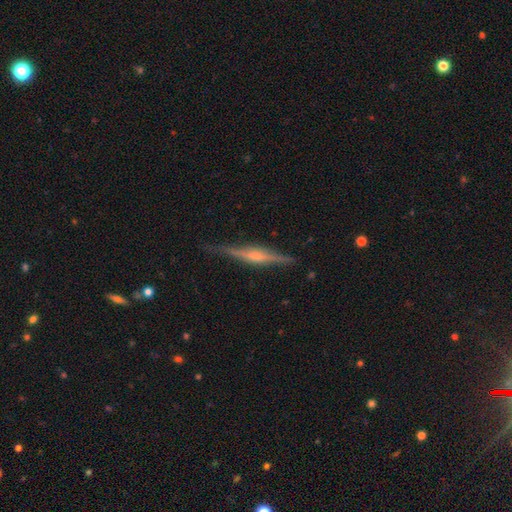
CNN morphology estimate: smooth-or-featured: featured or disk: 75% | smooth: 19% | star or artifact: 6%
  disk-edge-on: yes: 98% | no: 2%
    edge-on-bulge: rounded: 61% | boxy: 25% | none: 14%
  merging: none: 86% | minor disturbance: 11% | major disturbance: 2% | merger: 1%